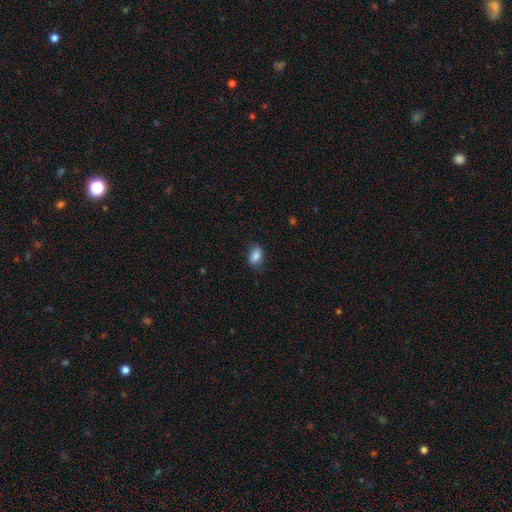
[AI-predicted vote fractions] Smooth or featured?
  - smooth: 86% *
  - star or artifact: 8%
  - featured or disk: 6%
How rounded?
  - in between: 83% *
  - round: 15%
  - cigar-shaped: 2%
Merging?
  - none: 77% *
  - minor disturbance: 18%
  - major disturbance: 4%
  - merger: 1%